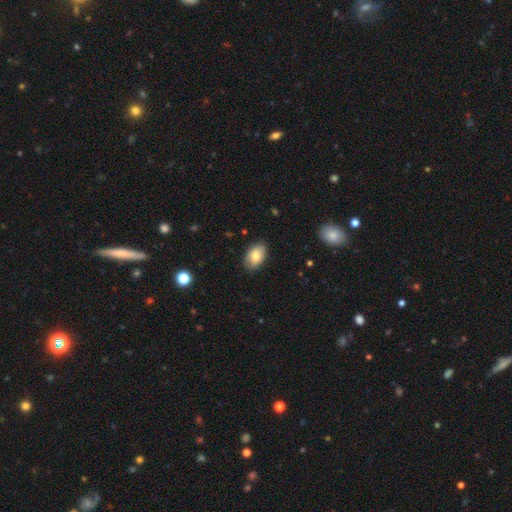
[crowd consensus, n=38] A smooth galaxy with no disk features (79%) that is in between round and cigar-shaped (93%).

Vote fractions:
- Smooth or featured? smooth: 79% / featured or disk: 16% / star or artifact: 5%
- How rounded? in between: 93% / round: 7% / cigar-shaped: 0%
- Merging? none: 81% / minor disturbance: 17% / merger: 3% / major disturbance: 0%